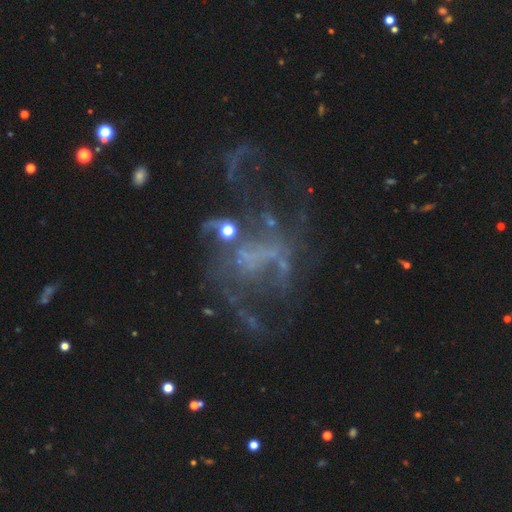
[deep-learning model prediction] Q: Smooth or featured?
A: featured or disk (64%); runner-up: star or artifact (24%)
Q: Edge-on disk?
A: no (97%); runner-up: yes (3%)
Q: Bar?
A: no (68%); runner-up: weak (22%)
Q: Spiral arms?
A: no (58%); runner-up: yes (42%)
Q: Bulge size?
A: none (71%); runner-up: small (17%)
Q: Merging?
A: major disturbance (44%); runner-up: none (33%)